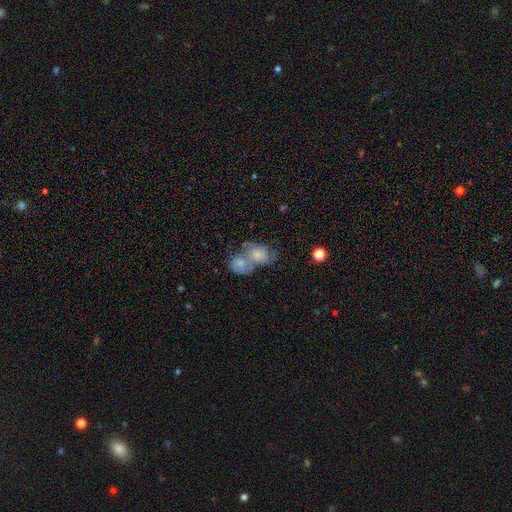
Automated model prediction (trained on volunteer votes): A featured or disk galaxy (48%).

Vote fractions:
- Smooth or featured? featured or disk: 48% / smooth: 40% / star or artifact: 13%
- Merging? merger: 63% / none: 22% / minor disturbance: 9% / major disturbance: 6%